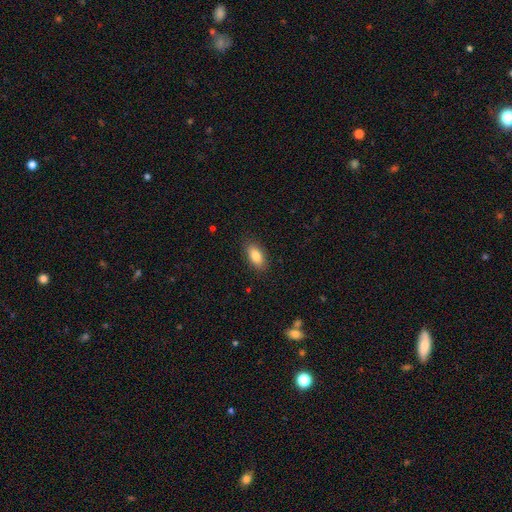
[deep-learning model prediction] Morphology: type=smooth (83%); roundness=in between (89%); merging=none (88%).